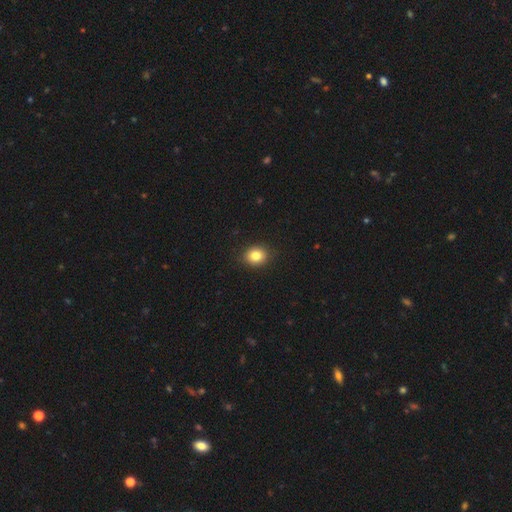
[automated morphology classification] A smooth galaxy with no disk features (83%) that is round (62%). Merging: none (89%).